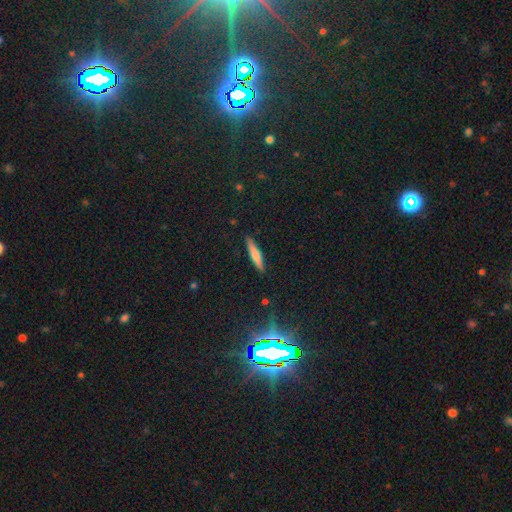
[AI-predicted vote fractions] smooth 65%, featured or disk 27%, star or artifact 8%. Down the decision tree: how rounded — cigar-shaped (89%); merging — none (89%).